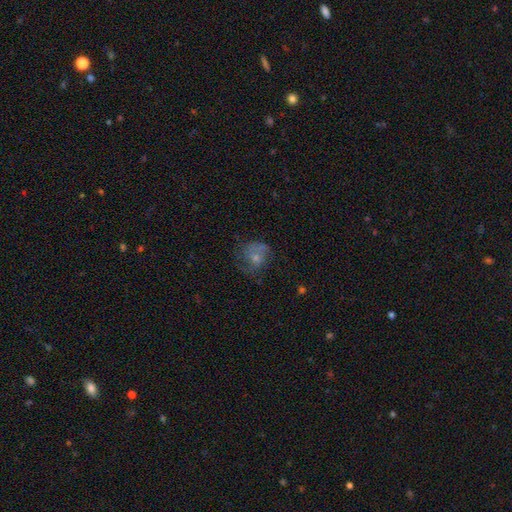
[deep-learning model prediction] This appears to be a smooth galaxy with no disk features (46%). Merging: none (45%).